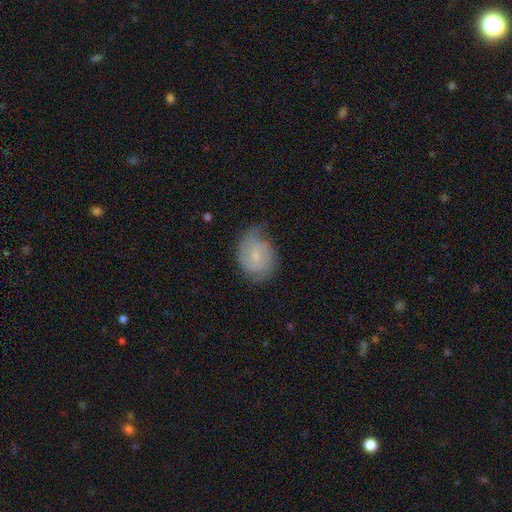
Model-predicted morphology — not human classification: The model was most divided on "spiral winding": tight: 50%, medium: 36%, loose: 14%. More confident: edge-on disk — no (97%); spiral arms — yes (90%); bar — no (69%); bulge size — small (65%); smooth or featured — featured or disk (63%); merging — none (57%); spiral arm count — 2 (55%).